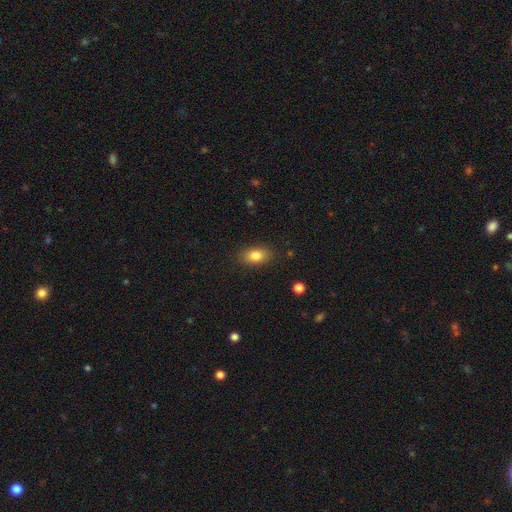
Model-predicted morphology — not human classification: type=smooth (83%); roundness=in between (86%); merging=none (85%).